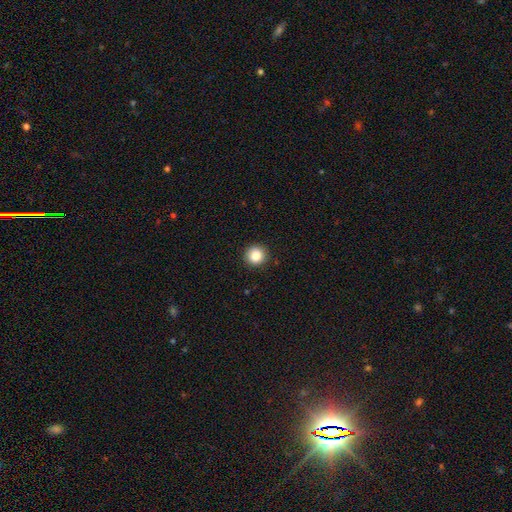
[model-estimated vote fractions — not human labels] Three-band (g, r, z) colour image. It shows a smooth galaxy with no disk features (86%) that is round (95%). Merging: none (92%).